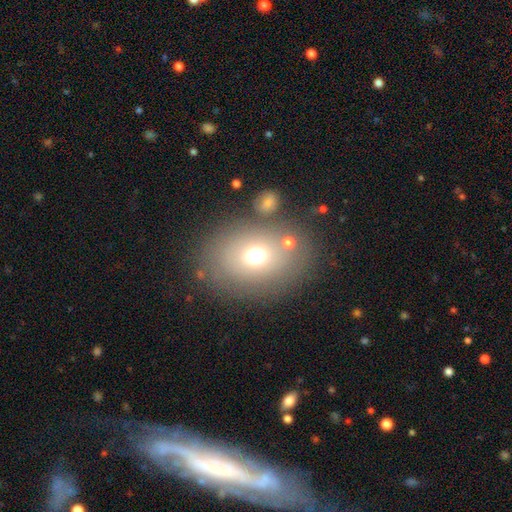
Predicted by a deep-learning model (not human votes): A smooth galaxy with no disk features (68%) that is in between round and cigar-shaped (51%). Merging: none (69%).